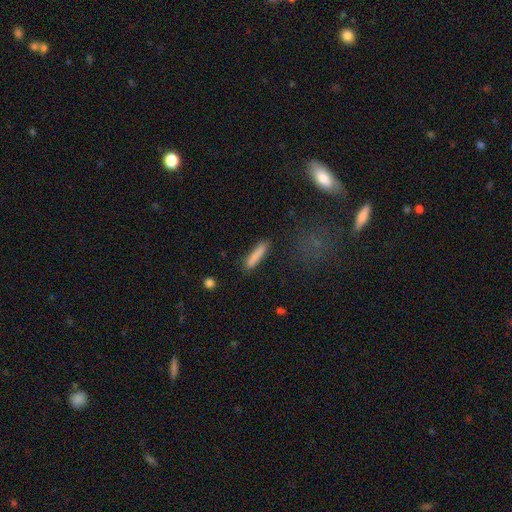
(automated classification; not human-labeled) smooth_or_featured: smooth (p=0.84) [alt: featured or disk p=0.09]
how_rounded: cigar-shaped (p=0.87) [alt: in between p=0.11]
merging: none (p=0.85) [alt: minor disturbance p=0.10]